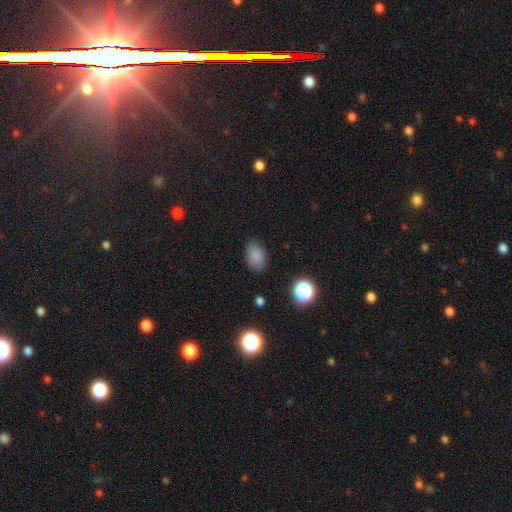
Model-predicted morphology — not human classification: smooth 83%, star or artifact 12%, featured or disk 5%. Down the decision tree: how rounded — in between (81%); merging — none (81%).